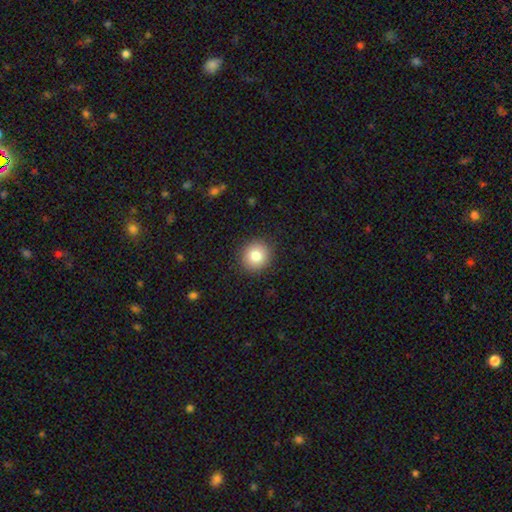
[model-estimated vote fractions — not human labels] smooth-or-featured: smooth: 83% | star or artifact: 9% | featured or disk: 8%
  how-rounded: round: 89% | in between: 10% | cigar-shaped: 1%
  merging: none: 91% | minor disturbance: 6% | major disturbance: 2% | merger: 1%